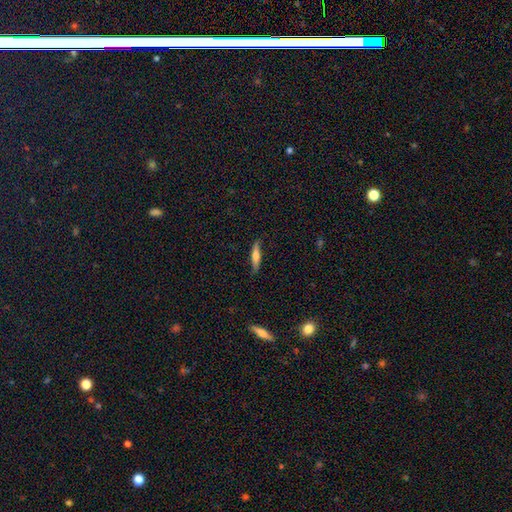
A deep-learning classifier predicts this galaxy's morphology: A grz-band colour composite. It shows a smooth galaxy with no disk features (55%) that is cigar-shaped (83%). Merging: none (82%).